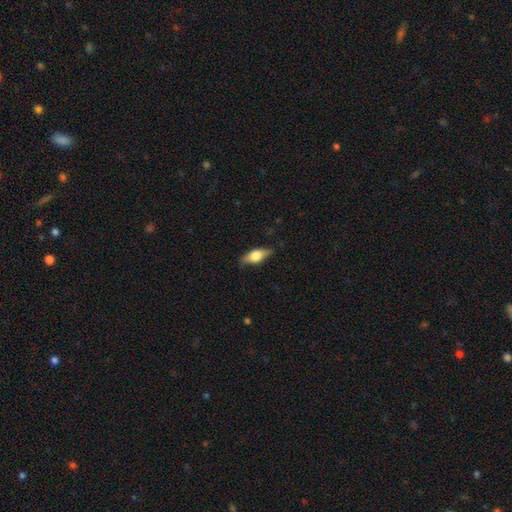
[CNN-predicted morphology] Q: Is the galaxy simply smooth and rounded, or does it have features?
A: smooth — 49%.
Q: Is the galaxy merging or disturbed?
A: none — 77%.